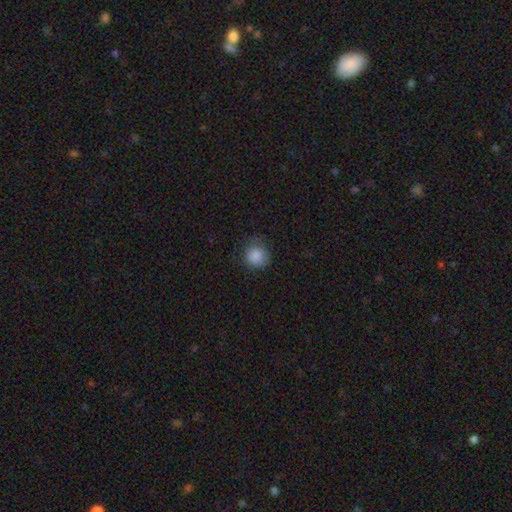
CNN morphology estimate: Smooth or featured: smooth — 86% (star or artifact — 10%)
How rounded: round — 90% (in between — 9%)
Merging: none — 76% (minor disturbance — 18%)